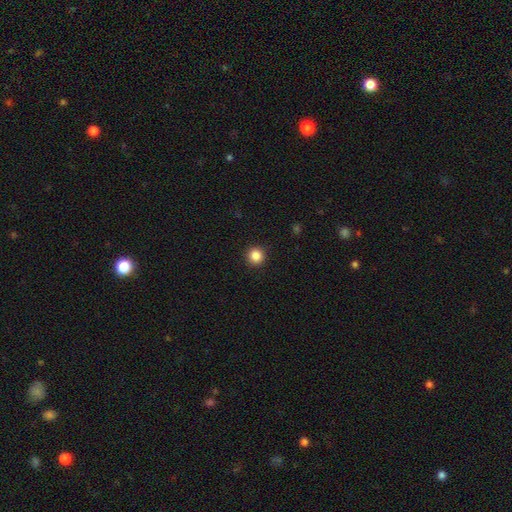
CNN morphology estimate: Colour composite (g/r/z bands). It shows a smooth galaxy with no disk features (86%) that is round (95%). Merging: none (92%).